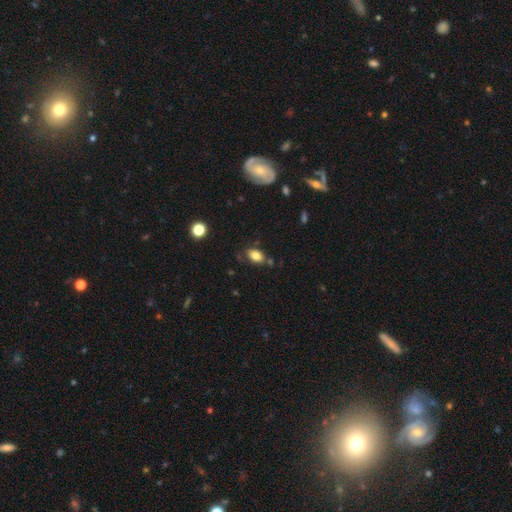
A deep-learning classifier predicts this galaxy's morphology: Smooth or featured?
  - smooth: 81% *
  - featured or disk: 10%
  - star or artifact: 9%
How rounded?
  - in between: 88% *
  - round: 10%
  - cigar-shaped: 2%
Merging?
  - none: 74% *
  - minor disturbance: 17%
  - merger: 6%
  - major disturbance: 4%